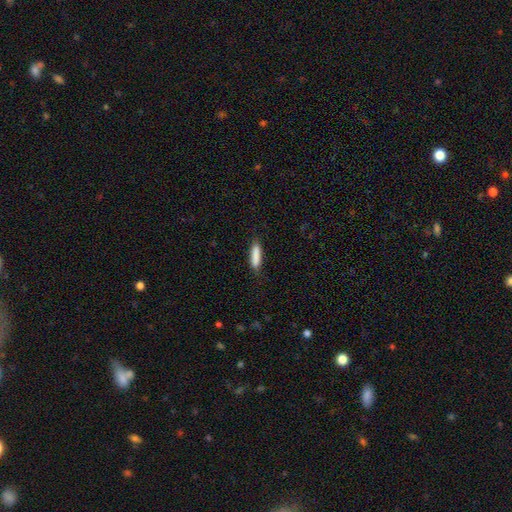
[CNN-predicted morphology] smooth-or-featured: smooth: 86% | featured or disk: 8% | star or artifact: 6%
  how-rounded: cigar-shaped: 76% | in between: 22% | round: 1%
  merging: none: 84% | minor disturbance: 12% | major disturbance: 3% | merger: 1%